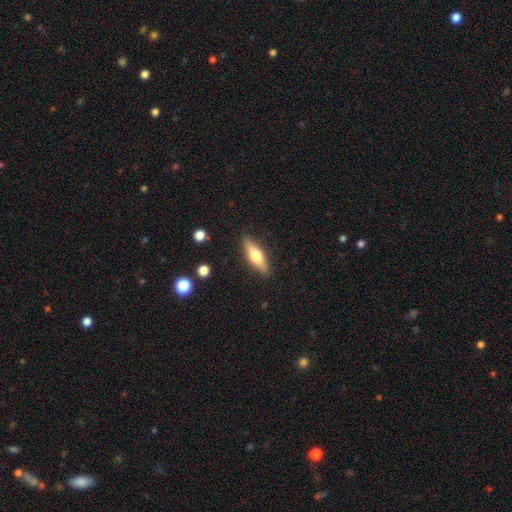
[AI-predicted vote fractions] A smooth galaxy with no disk features (56%) that is cigar-shaped (50%).

Vote fractions:
- Smooth or featured? smooth: 56% / featured or disk: 38% / star or artifact: 6%
- How rounded? cigar-shaped: 50% / in between: 47% / round: 3%
- Merging? none: 88% / minor disturbance: 9% / major disturbance: 2% / merger: 1%